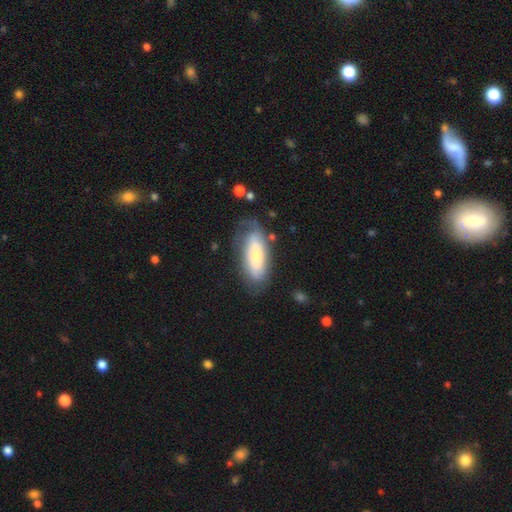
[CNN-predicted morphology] Smooth or featured?
  - smooth: 63% *
  - featured or disk: 31%
  - star or artifact: 6%
How rounded?
  - in between: 68% *
  - cigar-shaped: 30%
  - round: 2%
Merging?
  - none: 63% *
  - minor disturbance: 24%
  - major disturbance: 11%
  - merger: 3%